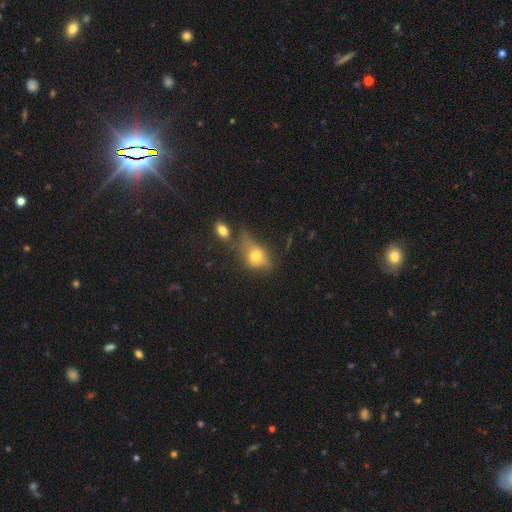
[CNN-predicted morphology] Smooth or featured? Predicted: smooth (p=0.64). How rounded? Predicted: in between (p=0.63). Merging? Predicted: none (p=0.36).